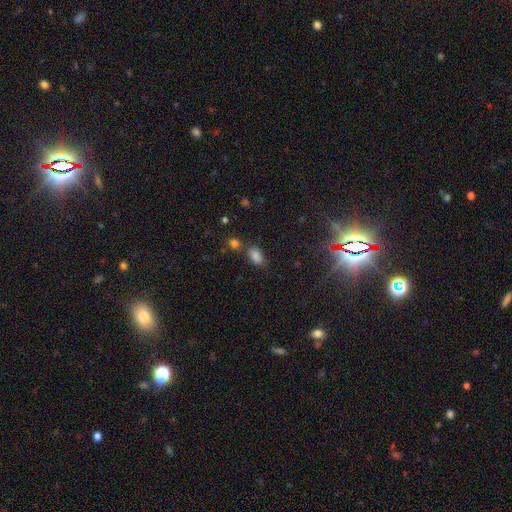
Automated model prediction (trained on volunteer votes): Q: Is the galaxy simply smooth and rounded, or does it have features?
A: smooth — 79%.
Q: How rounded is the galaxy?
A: in between — 87%.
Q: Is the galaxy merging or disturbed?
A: none — 68%.